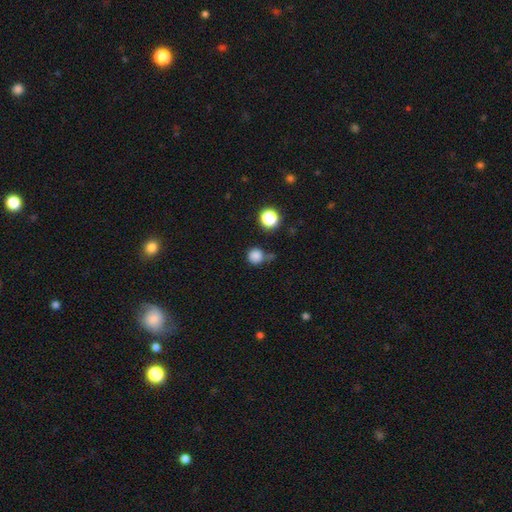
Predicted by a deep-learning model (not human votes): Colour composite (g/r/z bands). It shows a smooth galaxy with no disk features (82%) that is round (94%). Merging: none (71%).